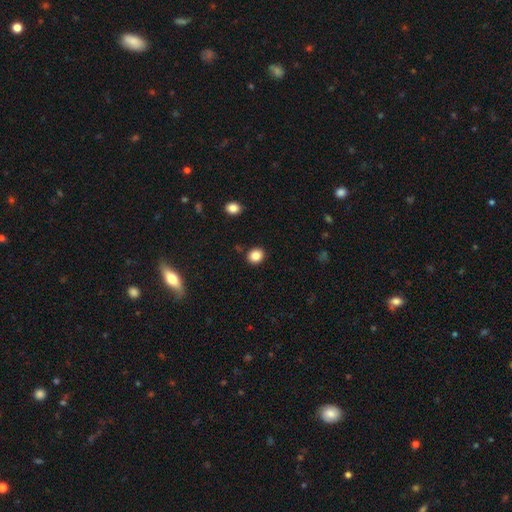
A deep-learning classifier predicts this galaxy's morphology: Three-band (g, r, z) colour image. It shows a smooth galaxy with no disk features (85%) that is round (75%). Merging: none (89%).